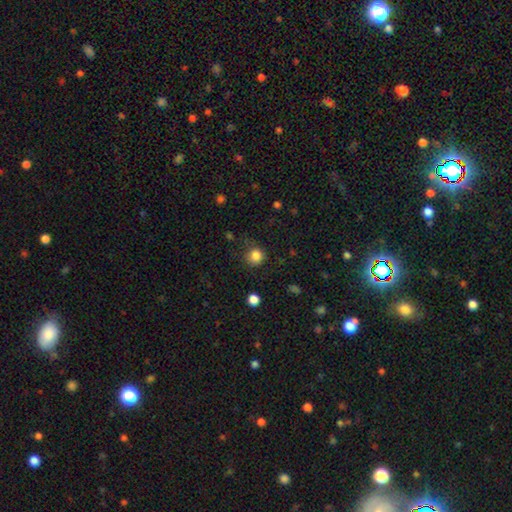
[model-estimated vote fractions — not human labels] smooth_or_featured: smooth (p=0.84) [alt: star or artifact p=0.12]
how_rounded: round (p=0.89) [alt: in between p=0.10]
merging: none (p=0.77) [alt: minor disturbance p=0.16]